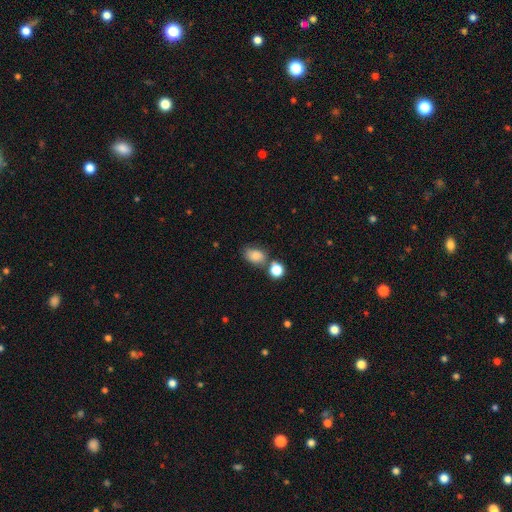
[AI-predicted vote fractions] A smooth galaxy with no disk features (80%) that is in between round and cigar-shaped (77%). Merging: none (59%).